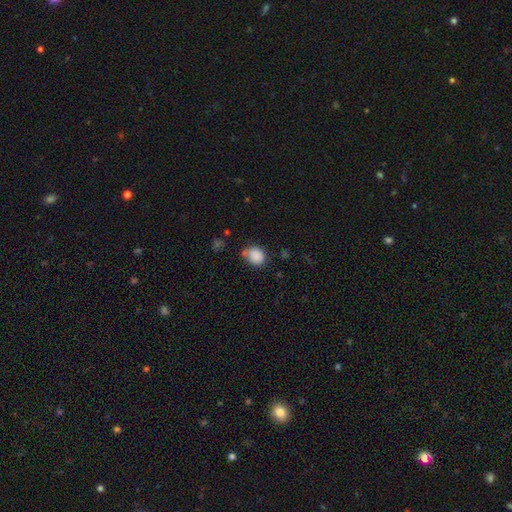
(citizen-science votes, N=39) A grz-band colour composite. It shows a smooth galaxy with no disk features (87%) that is round (76%). Merging: none (76%).